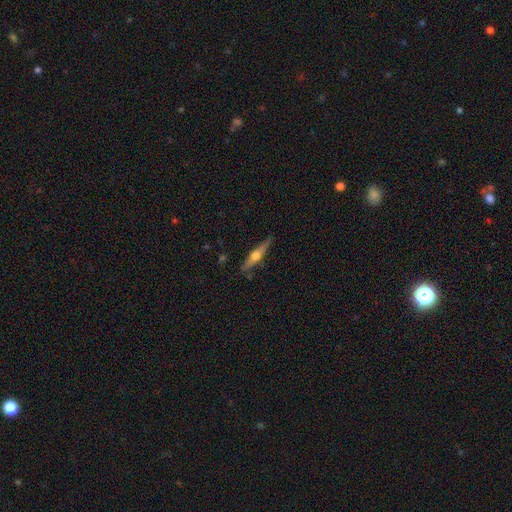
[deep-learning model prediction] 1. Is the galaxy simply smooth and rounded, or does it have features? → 66% featured or disk, 28% smooth, 6% star or artifact.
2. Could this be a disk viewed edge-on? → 97% yes, 3% no.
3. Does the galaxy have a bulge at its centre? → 94% rounded, 4% boxy, 3% none.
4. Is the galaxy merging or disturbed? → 86% none, 10% minor disturbance, 2% major disturbance, 2% merger.